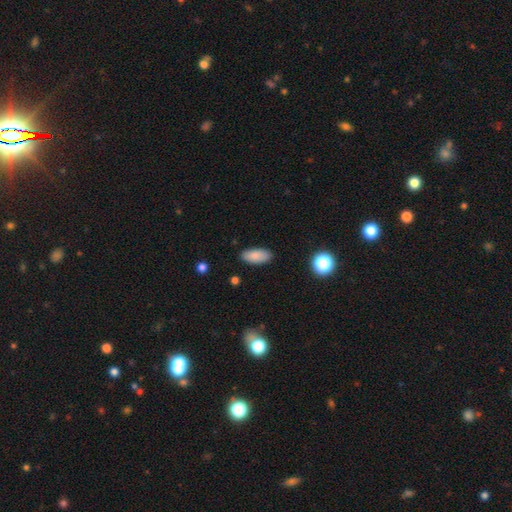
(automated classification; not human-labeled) Morphology: type=smooth (86%); roundness=in between (89%); merging=none (87%).